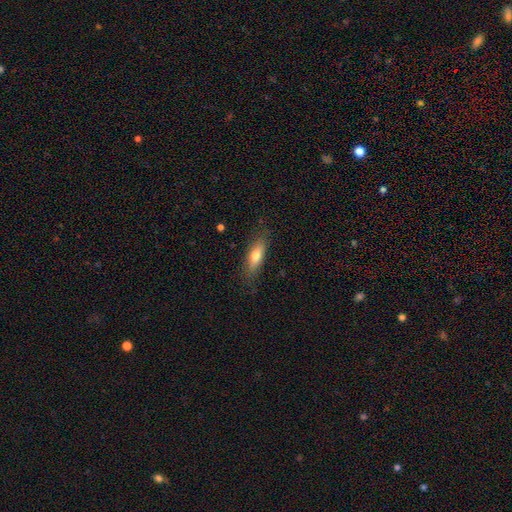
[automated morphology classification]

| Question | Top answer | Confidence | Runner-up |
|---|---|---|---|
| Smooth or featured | smooth | 69% | featured or disk (24%) |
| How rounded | in between | 53% | cigar-shaped (44%) |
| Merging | none | 80% | minor disturbance (15%) |